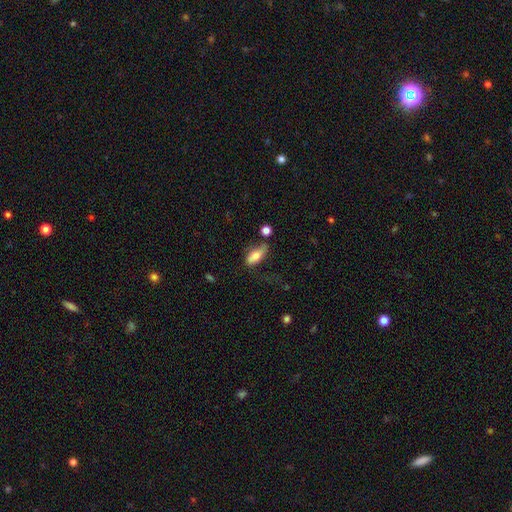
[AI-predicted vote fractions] Smooth or featured?
  - smooth: 65% *
  - featured or disk: 28%
  - star or artifact: 7%
How rounded?
  - in between: 75% *
  - cigar-shaped: 22%
  - round: 4%
Merging?
  - none: 52% *
  - minor disturbance: 28%
  - major disturbance: 13%
  - merger: 7%